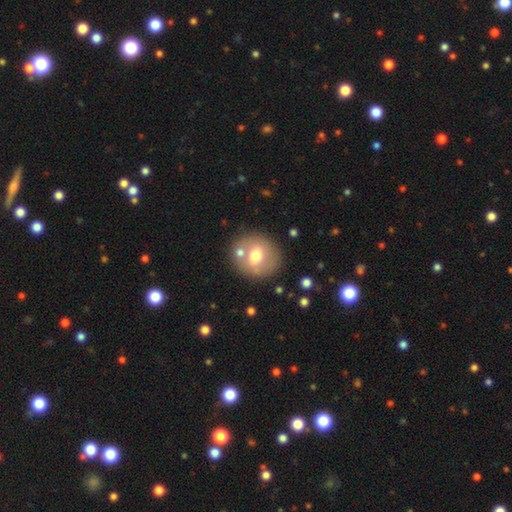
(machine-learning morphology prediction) A smooth galaxy with no disk features (61%) that is round (85%).

Vote fractions:
- Smooth or featured? smooth: 61% / featured or disk: 30% / star or artifact: 9%
- How rounded? round: 85% / in between: 14% / cigar-shaped: 1%
- Merging? none: 74% / merger: 11% / minor disturbance: 11% / major disturbance: 4%